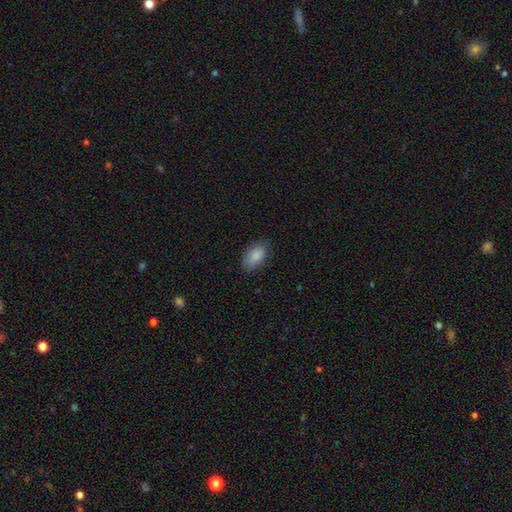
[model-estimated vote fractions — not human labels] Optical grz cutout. It shows a smooth galaxy with no disk features (87%) that is in between round and cigar-shaped (92%). Merging: none (79%).